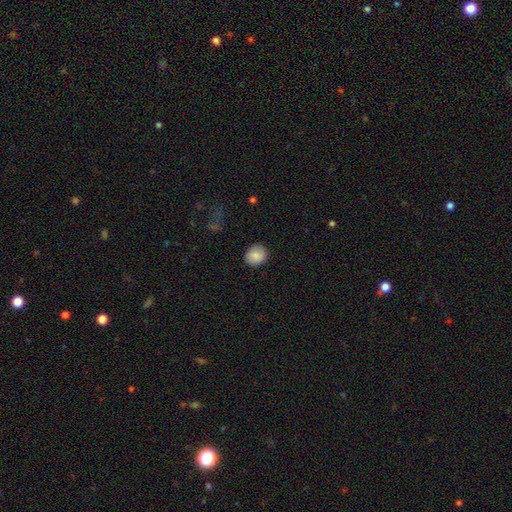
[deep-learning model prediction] smooth_or_featured: smooth (p=0.86) [alt: star or artifact p=0.08]
how_rounded: round (p=0.75) [alt: in between p=0.24]
merging: none (p=0.87) [alt: minor disturbance p=0.10]